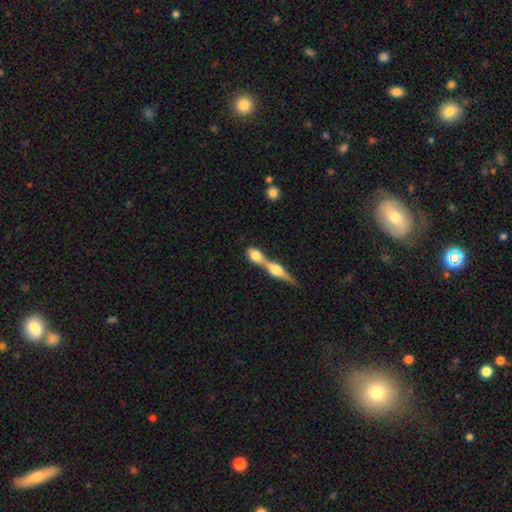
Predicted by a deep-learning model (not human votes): Smooth or featured: smooth — 55% (featured or disk — 37%)
How rounded: in between — 52% (round — 33%)
Merging: merger — 64% (none — 26%)